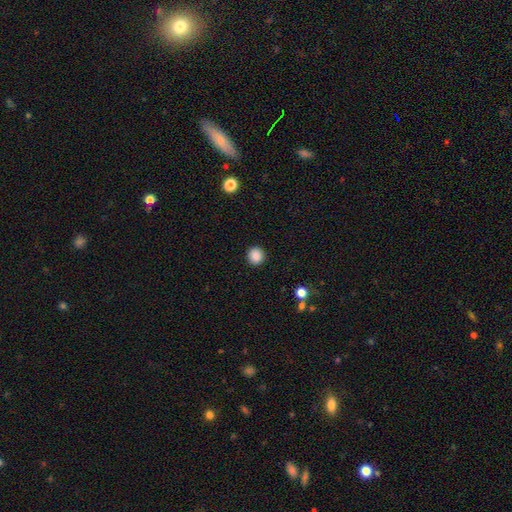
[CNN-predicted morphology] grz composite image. It shows a smooth galaxy with no disk features (88%) that is round (92%). Merging: none (92%).